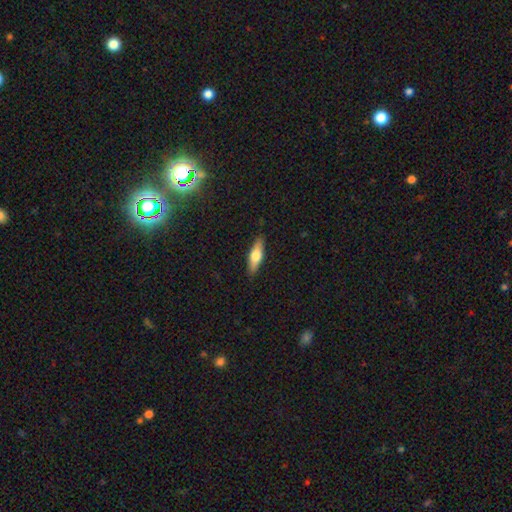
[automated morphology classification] smooth-or-featured: smooth: 56% | featured or disk: 38% | star or artifact: 6%
  how-rounded: cigar-shaped: 54% | in between: 43% | round: 2%
  merging: none: 88% | minor disturbance: 9% | major disturbance: 2% | merger: 1%